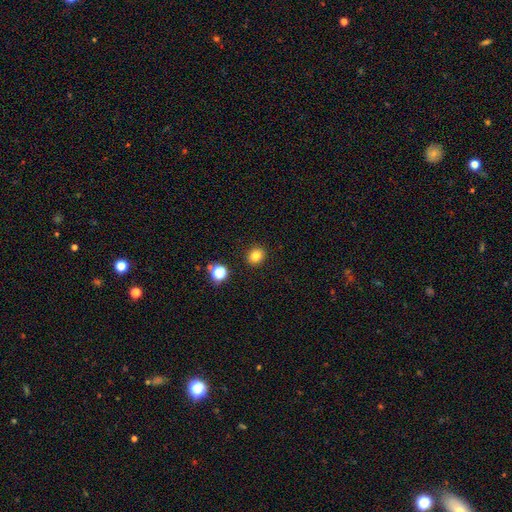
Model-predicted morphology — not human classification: The model was most divided on "how rounded": round: 70%, in between: 29%, cigar-shaped: 1%. More confident: merging — none (90%); smooth or featured — smooth (81%).